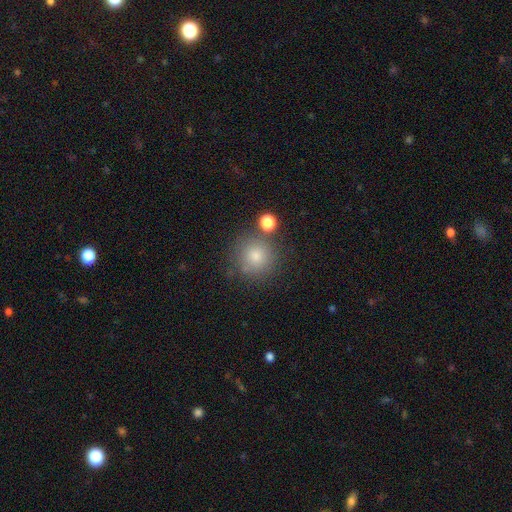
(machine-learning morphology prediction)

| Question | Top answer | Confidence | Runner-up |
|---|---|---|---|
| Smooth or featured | smooth | 77% | star or artifact (14%) |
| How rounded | round | 94% | in between (5%) |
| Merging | none | 77% | minor disturbance (10%) |